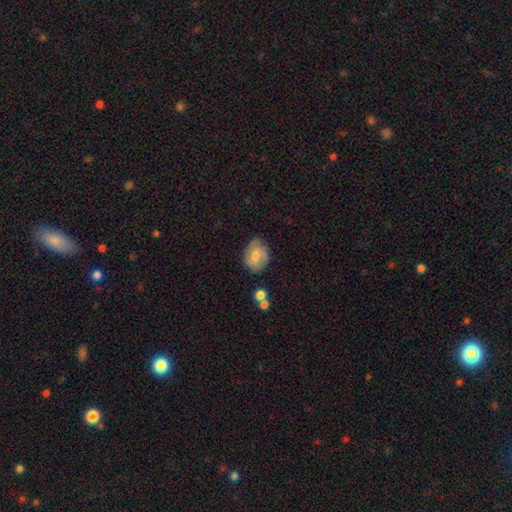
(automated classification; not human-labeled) Morphology: type=smooth (51%); roundness=in between (60%); merging=none (69%).